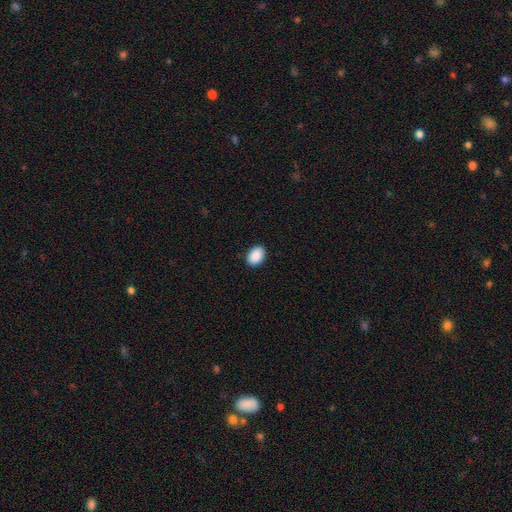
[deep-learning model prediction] smooth-or-featured: smooth: 91% | star or artifact: 7% | featured or disk: 3%
  how-rounded: in between: 79% | round: 20% | cigar-shaped: 1%
  merging: none: 90% | minor disturbance: 7% | major disturbance: 2% | merger: 1%